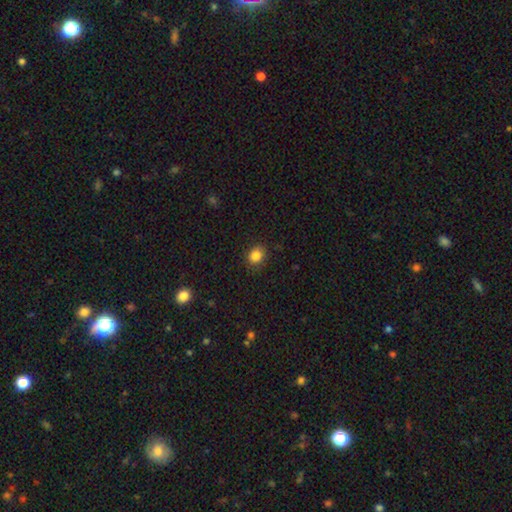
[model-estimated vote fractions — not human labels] A smooth galaxy with no disk features (85%) that is round (67%). Merging: none (87%).